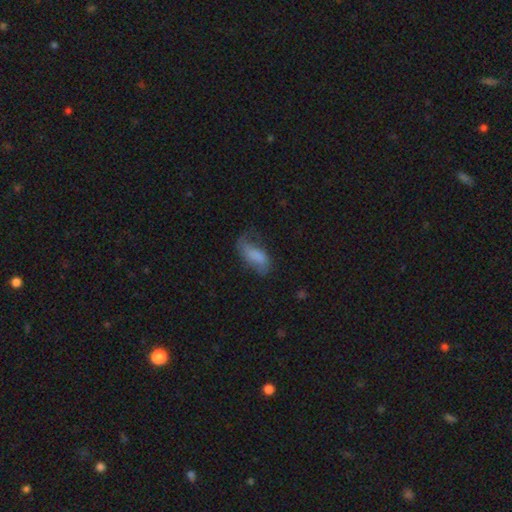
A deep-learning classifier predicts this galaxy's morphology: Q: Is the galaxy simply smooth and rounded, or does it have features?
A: smooth — 55%.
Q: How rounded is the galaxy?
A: in between — 84%.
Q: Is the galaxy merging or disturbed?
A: none — 39%.